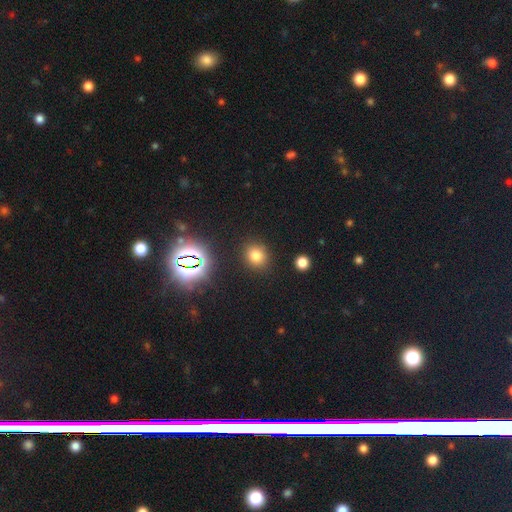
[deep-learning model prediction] Smooth or featured?
  - smooth: 74% *
  - star or artifact: 19%
  - featured or disk: 7%
How rounded?
  - round: 76% *
  - in between: 22%
  - cigar-shaped: 1%
Merging?
  - none: 87% *
  - minor disturbance: 8%
  - major disturbance: 3%
  - merger: 2%